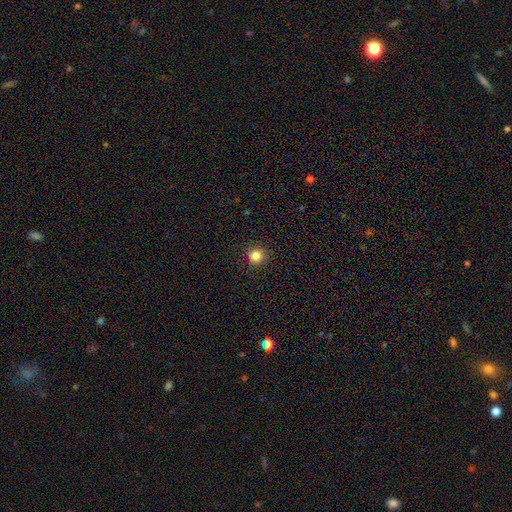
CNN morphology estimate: The model was most divided on "smooth or featured": smooth: 83%, star or artifact: 12%, featured or disk: 5%. More confident: how rounded — round (95%); merging — none (91%).